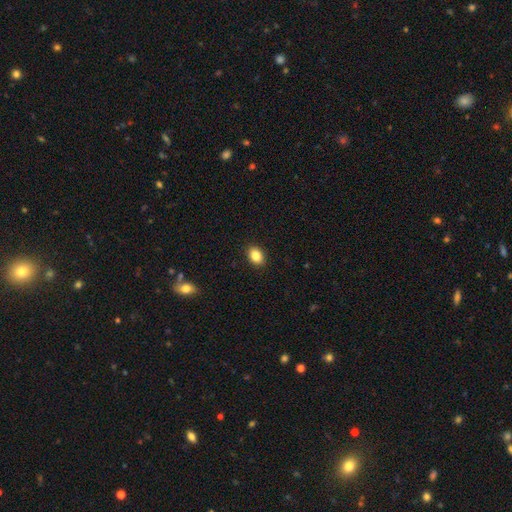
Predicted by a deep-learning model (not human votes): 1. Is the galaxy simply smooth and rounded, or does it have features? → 86% smooth, 9% star or artifact, 6% featured or disk.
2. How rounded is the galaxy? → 78% in between, 21% round, 1% cigar-shaped.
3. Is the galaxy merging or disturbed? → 90% none, 7% minor disturbance, 2% major disturbance, 1% merger.